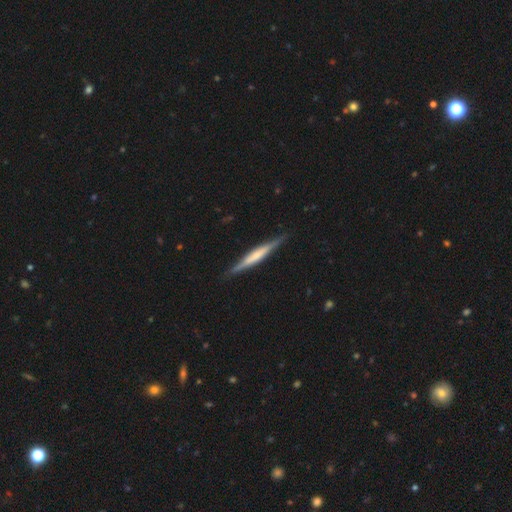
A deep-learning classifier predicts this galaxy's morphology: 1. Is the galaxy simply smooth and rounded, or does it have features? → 63% featured or disk, 32% smooth, 5% star or artifact.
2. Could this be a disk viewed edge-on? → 97% yes, 3% no.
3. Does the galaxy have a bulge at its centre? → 36% rounded (tied), 36% none (tied), 28% boxy.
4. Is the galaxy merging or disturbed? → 88% none, 9% minor disturbance, 2% major disturbance, 1% merger.